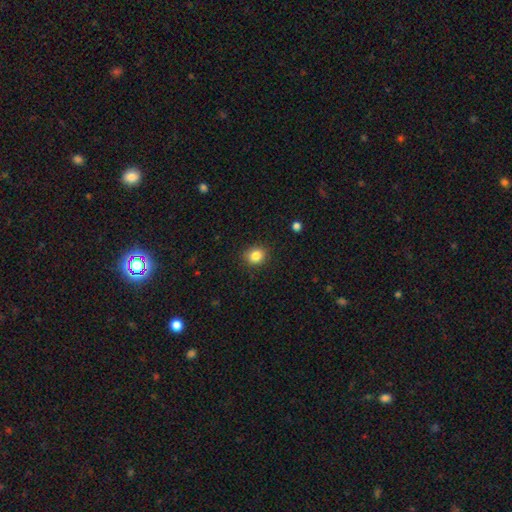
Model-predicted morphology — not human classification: type=smooth (85%); roundness=round (74%); merging=none (88%).